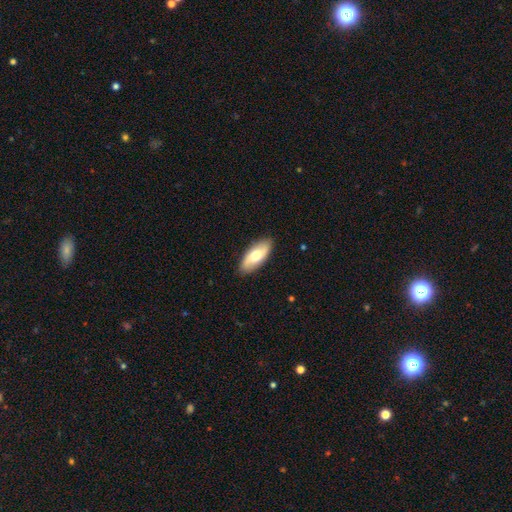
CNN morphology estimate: The model was most divided on "smooth or featured": smooth: 63%, featured or disk: 31%, star or artifact: 5%. More confident: merging — none (88%); how rounded — in between (83%).